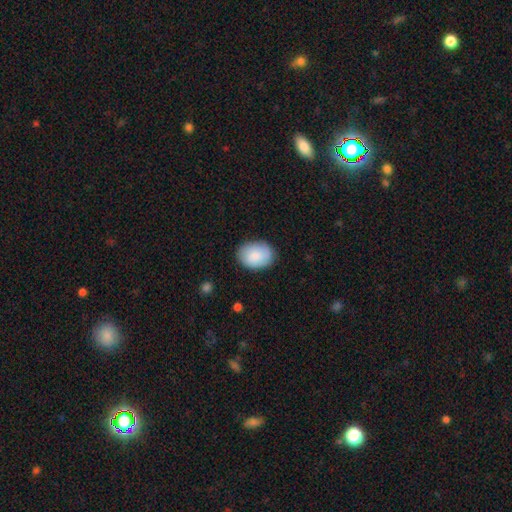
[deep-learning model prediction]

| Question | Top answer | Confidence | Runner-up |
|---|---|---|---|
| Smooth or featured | smooth | 83% | featured or disk (11%) |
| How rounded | in between | 74% | round (25%) |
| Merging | none | 82% | minor disturbance (14%) |